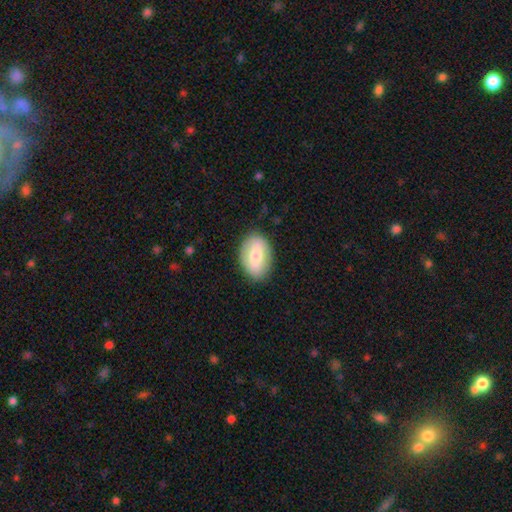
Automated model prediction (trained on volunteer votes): A smooth galaxy with no disk features (62%) that is in between round and cigar-shaped (85%). Merging: none (83%).